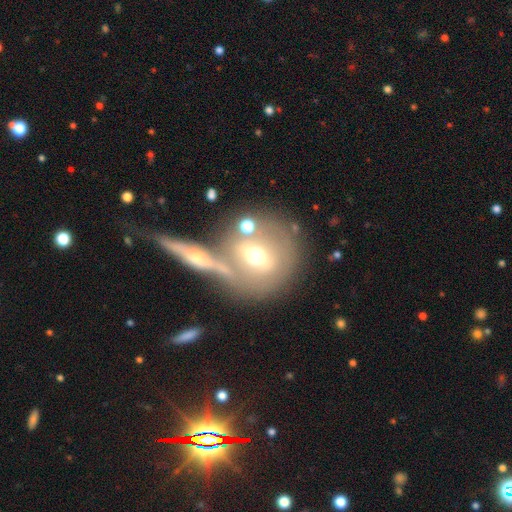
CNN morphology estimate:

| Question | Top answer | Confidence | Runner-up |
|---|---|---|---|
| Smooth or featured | featured or disk | 53% | smooth (38%) |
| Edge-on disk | no | 65% | yes (35%) |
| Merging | none | 52% | merger (29%) |